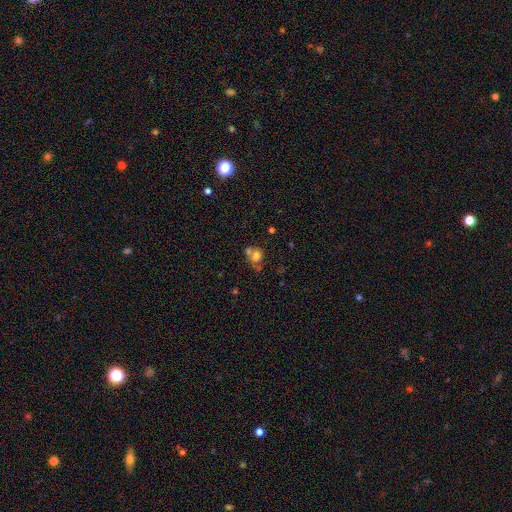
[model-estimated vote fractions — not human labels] Smooth or featured? smooth (73%)
How rounded? round (74%)
Merging? merger (40%)